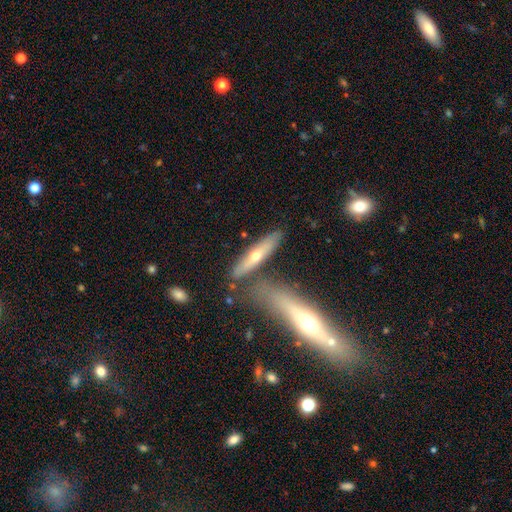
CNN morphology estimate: A featured or disk galaxy (48%). Merging: none (67%).